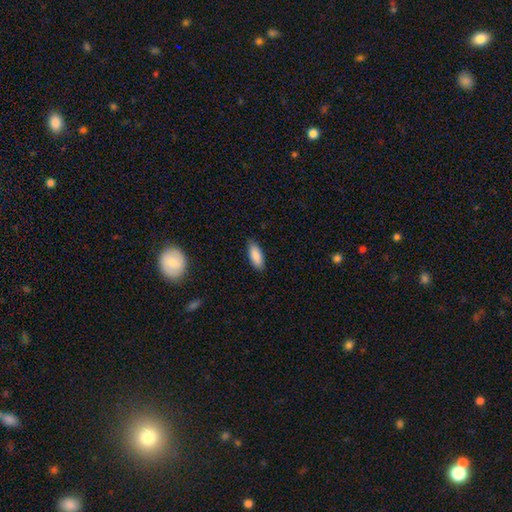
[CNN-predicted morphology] Smooth or featured: smooth — 87% (star or artifact — 6%)
How rounded: in between — 76% (cigar-shaped — 22%)
Merging: none — 86% (minor disturbance — 11%)